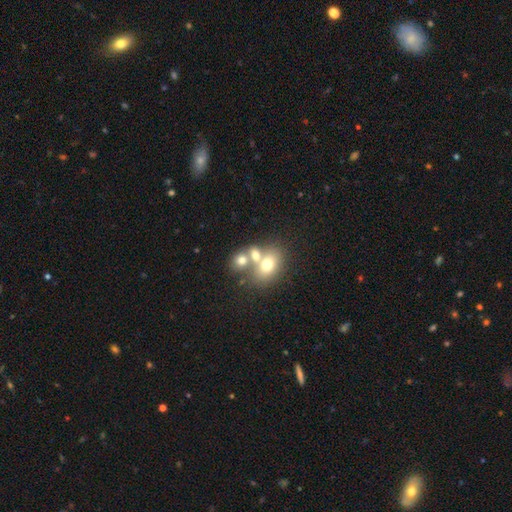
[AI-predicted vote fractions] Q: Smooth or featured?
A: smooth (66%); runner-up: featured or disk (22%)
Q: How rounded?
A: in between (57%); runner-up: round (41%)
Q: Merging?
A: merger (59%); runner-up: none (30%)